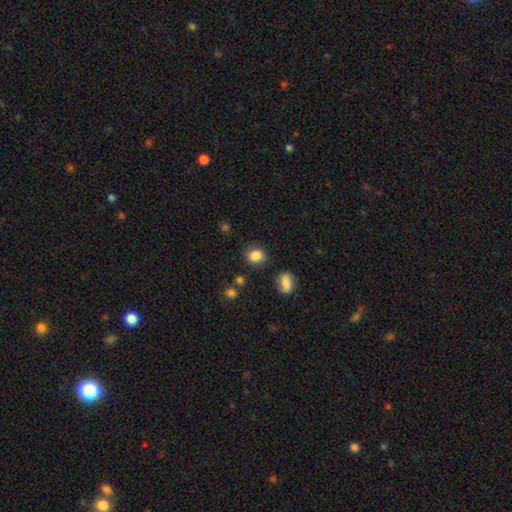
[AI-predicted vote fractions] Morphology: type=smooth (83%); roundness=round (51%); merging=none (78%).